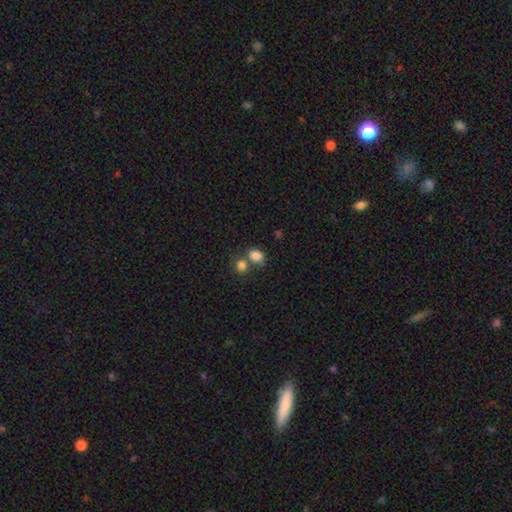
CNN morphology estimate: Smooth or featured?
  - smooth: 84% *
  - star or artifact: 10%
  - featured or disk: 6%
How rounded?
  - in between: 62% *
  - round: 36%
  - cigar-shaped: 1%
Merging?
  - none: 44% *
  - merger: 41%
  - minor disturbance: 11%
  - major disturbance: 5%